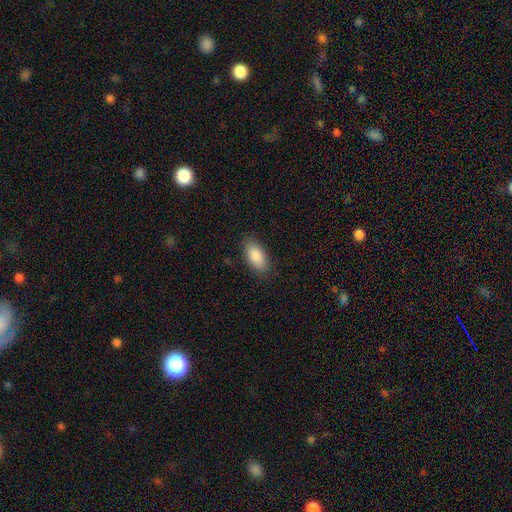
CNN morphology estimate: A smooth galaxy with no disk features (88%) that is in between round and cigar-shaped (93%).

Vote fractions:
- Smooth or featured? smooth: 88% / star or artifact: 6% / featured or disk: 6%
- How rounded? in between: 93% / cigar-shaped: 5% / round: 3%
- Merging? none: 85% / minor disturbance: 11% / major disturbance: 3% / merger: 1%